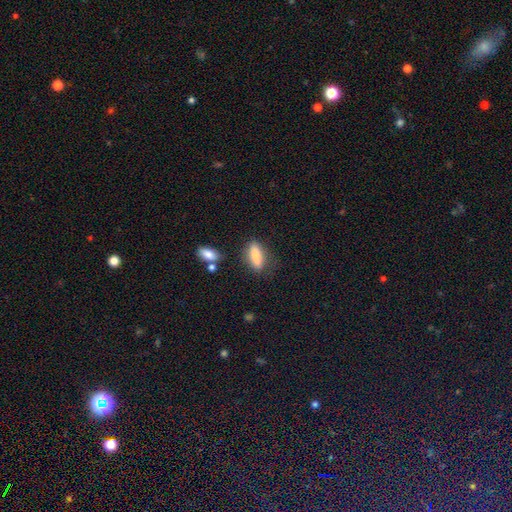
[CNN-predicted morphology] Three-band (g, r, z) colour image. It shows a smooth galaxy with no disk features (81%) that is in between round and cigar-shaped (61%). Merging: none (71%).